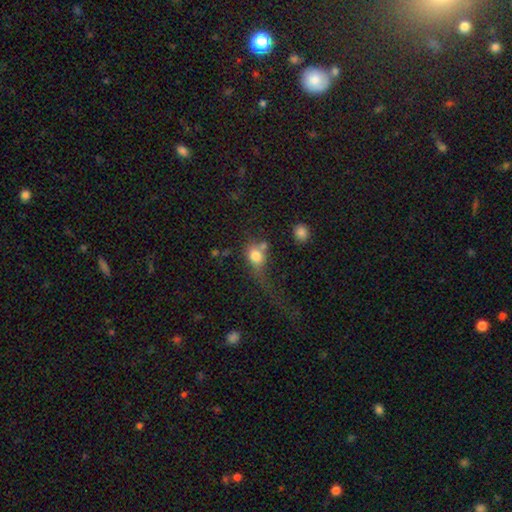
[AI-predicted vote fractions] Overall: smooth (75%). How rounded: in between (52%; round 44%). Merging: major disturbance (34%; none 28%).